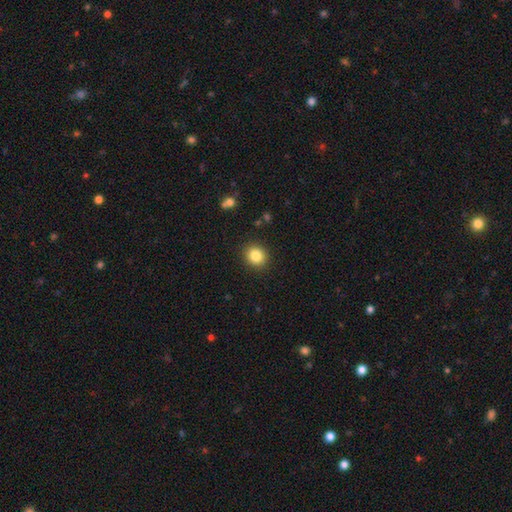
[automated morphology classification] smooth 85%, star or artifact 10%, featured or disk 5%. Down the decision tree: how rounded — round (80%); merging — none (90%).